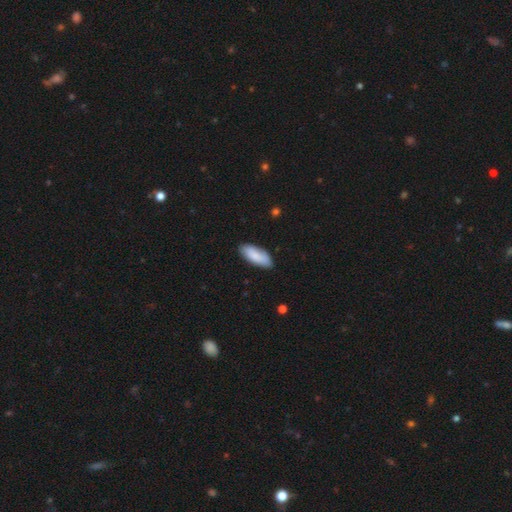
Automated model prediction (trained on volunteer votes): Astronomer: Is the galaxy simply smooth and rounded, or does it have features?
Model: smooth — 85%.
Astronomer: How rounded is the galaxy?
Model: in between — 80%.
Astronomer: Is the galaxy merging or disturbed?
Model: none — 83%.